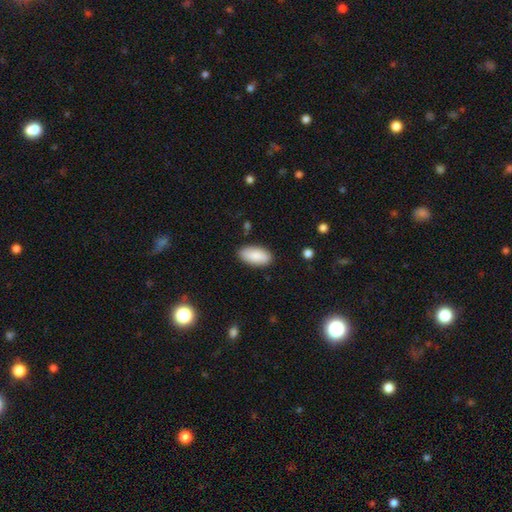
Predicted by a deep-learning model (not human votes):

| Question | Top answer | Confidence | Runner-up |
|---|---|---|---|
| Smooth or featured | smooth | 87% | featured or disk (7%) |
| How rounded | in between | 92% | cigar-shaped (6%) |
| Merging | none | 87% | minor disturbance (10%) |